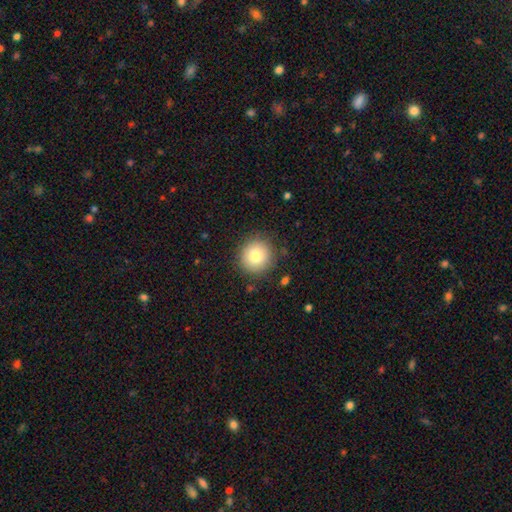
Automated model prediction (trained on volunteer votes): Morphology: type=smooth (79%); roundness=round (93%); merging=none (87%).